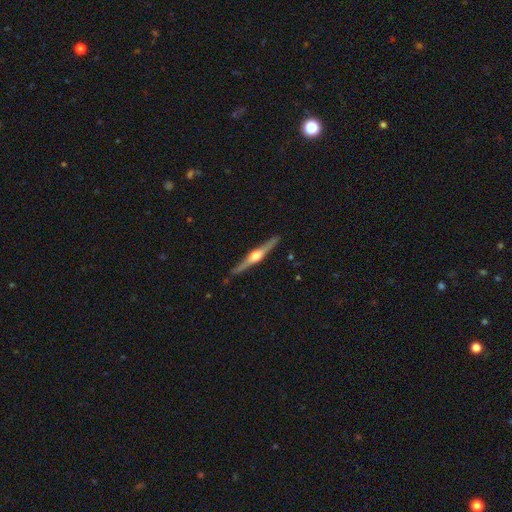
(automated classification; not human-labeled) This is clearly a featured or disk galaxy (83%). It is clearly viewed edge-on (98%). Edge-on bulge: clearly rounded (93%). Merging: clearly none (90%).